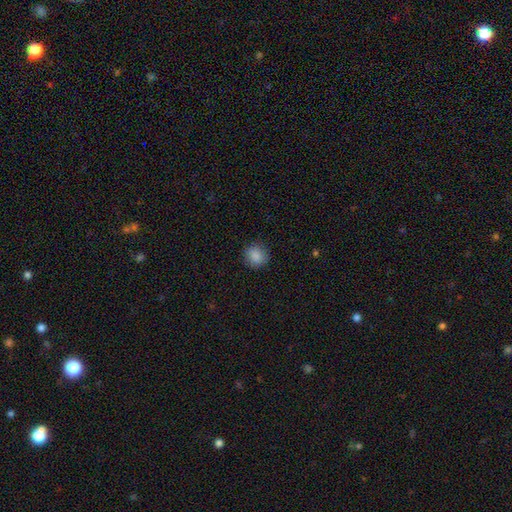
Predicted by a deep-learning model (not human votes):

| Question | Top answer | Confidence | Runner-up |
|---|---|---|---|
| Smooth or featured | smooth | 87% | star or artifact (9%) |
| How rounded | round | 83% | in between (16%) |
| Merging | none | 88% | minor disturbance (8%) |